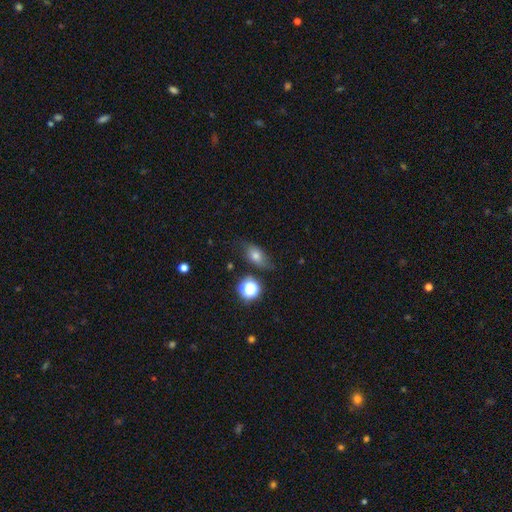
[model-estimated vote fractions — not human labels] Smooth or featured?
  - smooth: 61% *
  - featured or disk: 22%
  - star or artifact: 17%
How rounded?
  - in between: 72% *
  - round: 20%
  - cigar-shaped: 7%
Merging?
  - none: 69% *
  - minor disturbance: 21%
  - major disturbance: 7%
  - merger: 3%